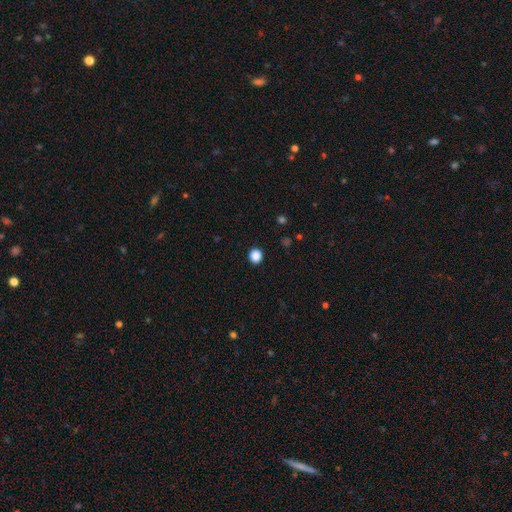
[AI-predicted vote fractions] Overall: smooth (87%). How rounded: round (91%). Merging: none (93%).